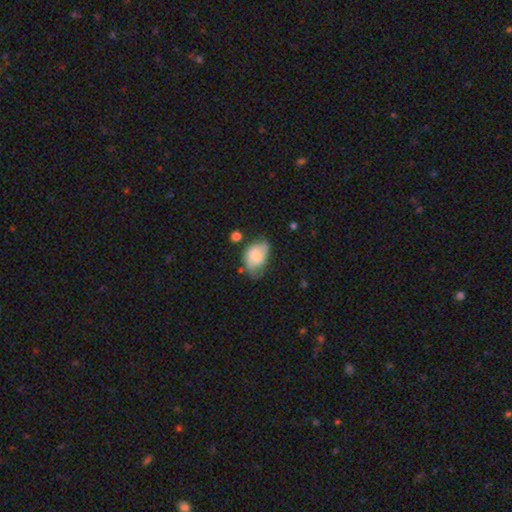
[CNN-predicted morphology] Smooth or featured: smooth — 64% (featured or disk — 29%)
How rounded: in between — 82% (round — 17%)
Merging: minor disturbance — 39% (none — 38%)